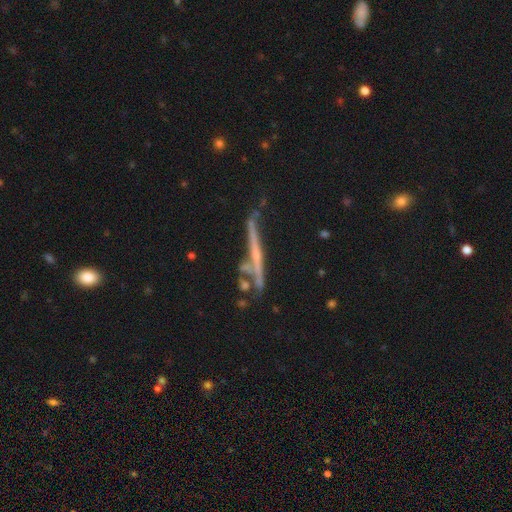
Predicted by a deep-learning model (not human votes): Q: Smooth or featured?
A: featured or disk (72%); runner-up: smooth (19%)
Q: Edge-on disk?
A: yes (90%); runner-up: no (10%)
Q: Edge-on bulge?
A: none (58%); runner-up: rounded (34%)
Q: Merging?
A: none (50%); runner-up: minor disturbance (24%)